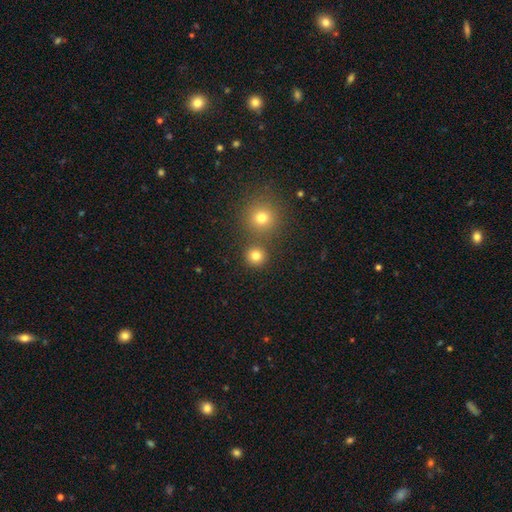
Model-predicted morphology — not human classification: This appears to be a smooth galaxy with no disk features (79%) that is round (93%). Merging: none (81%).